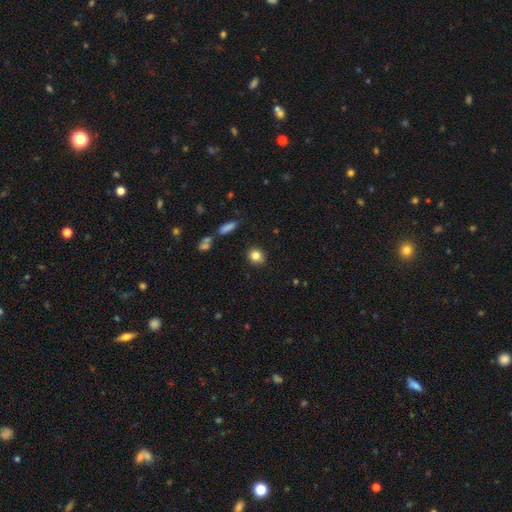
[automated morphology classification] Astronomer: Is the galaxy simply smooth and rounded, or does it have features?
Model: smooth — 83%.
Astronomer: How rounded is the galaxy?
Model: round — 75%.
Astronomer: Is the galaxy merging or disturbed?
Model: none — 87%.